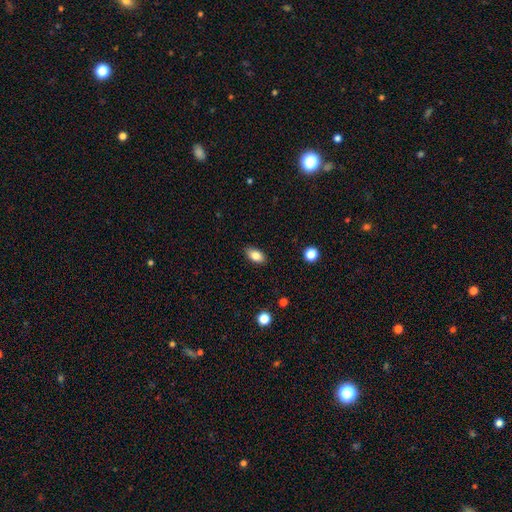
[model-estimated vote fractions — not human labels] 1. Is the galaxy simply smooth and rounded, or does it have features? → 83% smooth, 9% featured or disk, 8% star or artifact.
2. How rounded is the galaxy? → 90% in between, 6% round, 4% cigar-shaped.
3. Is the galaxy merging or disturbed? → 87% none, 9% minor disturbance, 2% major disturbance, 1% merger.